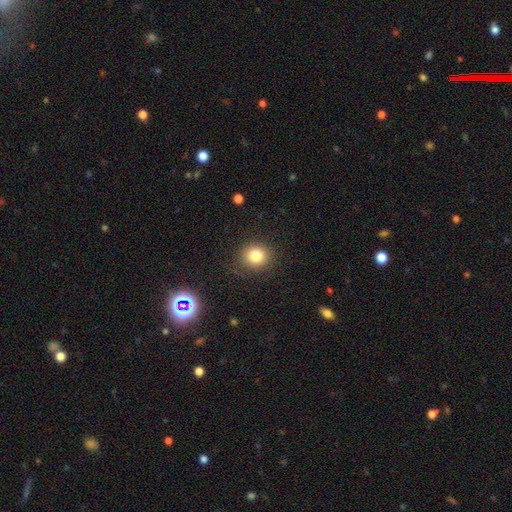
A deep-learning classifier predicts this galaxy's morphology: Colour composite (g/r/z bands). It shows a smooth galaxy with no disk features (81%) that is round (82%). Merging: none (87%).